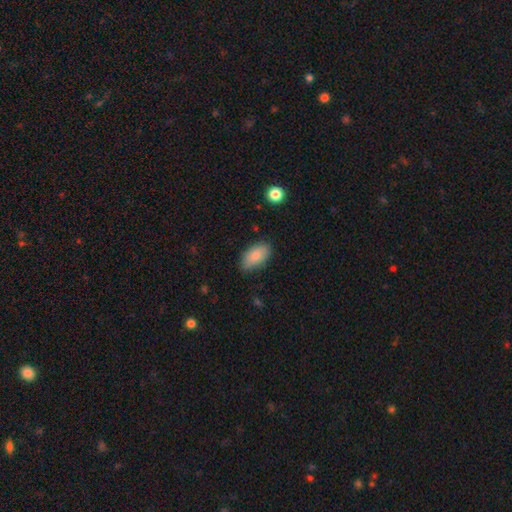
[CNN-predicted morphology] A smooth galaxy with no disk features (85%) that is in between round and cigar-shaped (93%).

Vote fractions:
- Smooth or featured? smooth: 85% / featured or disk: 8% / star or artifact: 7%
- How rounded? in between: 93% / round: 3% / cigar-shaped: 3%
- Merging? none: 80% / minor disturbance: 15% / major disturbance: 3% / merger: 1%